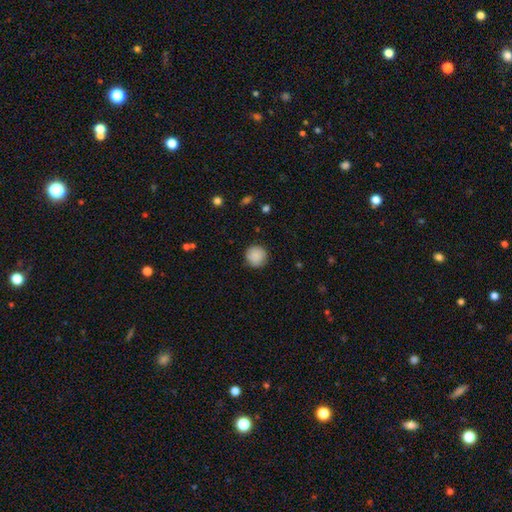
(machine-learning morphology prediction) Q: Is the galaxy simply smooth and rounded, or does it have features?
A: smooth — 89%.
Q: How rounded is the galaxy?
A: round — 95%.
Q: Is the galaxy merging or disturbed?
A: none — 89%.